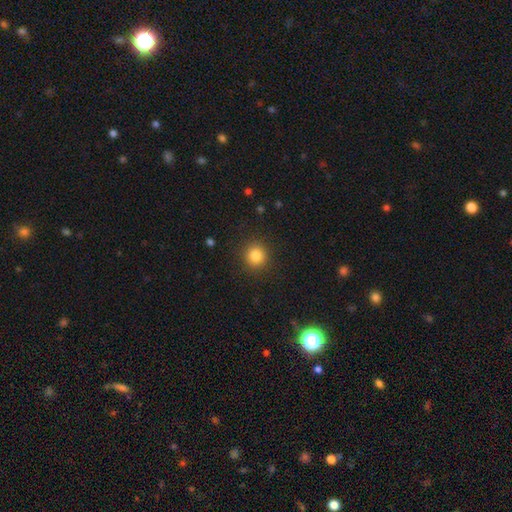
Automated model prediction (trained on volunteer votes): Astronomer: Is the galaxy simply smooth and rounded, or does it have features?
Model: smooth — 83%.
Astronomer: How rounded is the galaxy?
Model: round — 90%.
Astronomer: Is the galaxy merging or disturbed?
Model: none — 90%.